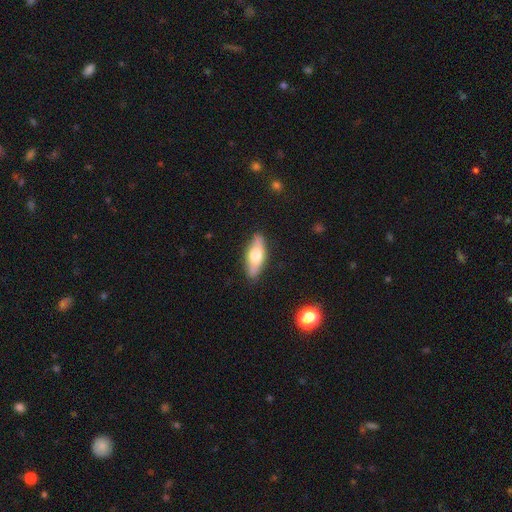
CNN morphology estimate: smooth-or-featured: smooth: 59% | featured or disk: 35% | star or artifact: 6%
  how-rounded: in between: 64% | cigar-shaped: 33% | round: 3%
  merging: none: 87% | minor disturbance: 10% | major disturbance: 2% | merger: 1%